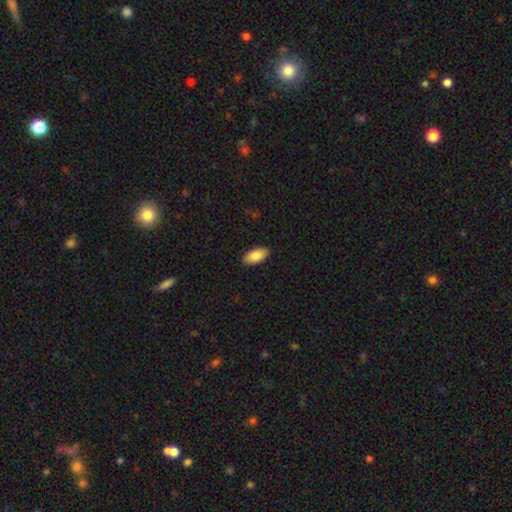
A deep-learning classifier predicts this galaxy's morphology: Smooth or featured? smooth (87%)
How rounded? in between (92%)
Merging? none (90%)